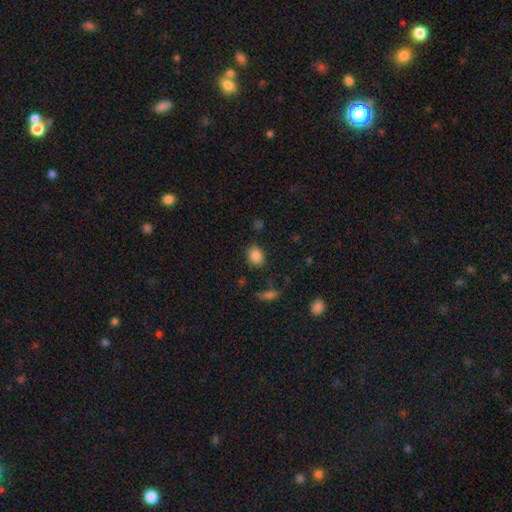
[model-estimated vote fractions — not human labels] Q: Smooth or featured?
A: smooth (86%); runner-up: star or artifact (9%)
Q: How rounded?
A: in between (54%); runner-up: round (45%)
Q: Merging?
A: none (82%); runner-up: minor disturbance (12%)